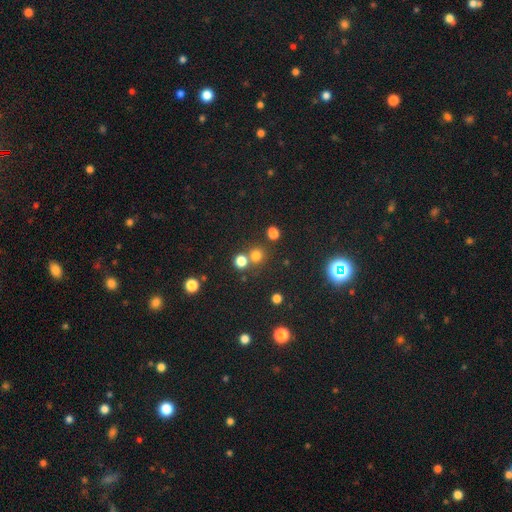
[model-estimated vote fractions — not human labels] This is likely a smooth galaxy (73%). How rounded: clearly round (88%). Merging: likely none (66%).